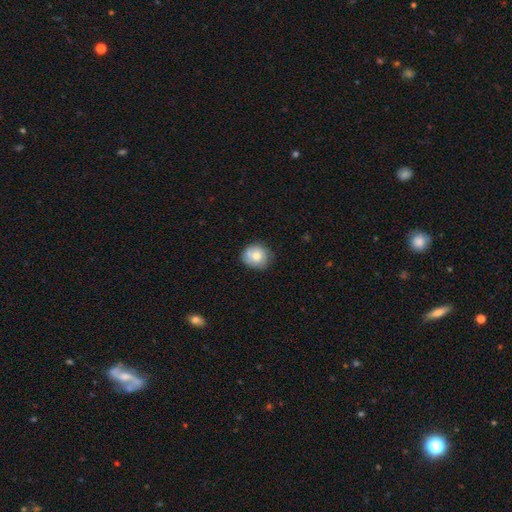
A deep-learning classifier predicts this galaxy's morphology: Smooth or featured? Predicted: smooth (p=0.69). How rounded? Predicted: round (p=0.78). Merging? Predicted: none (p=0.72).